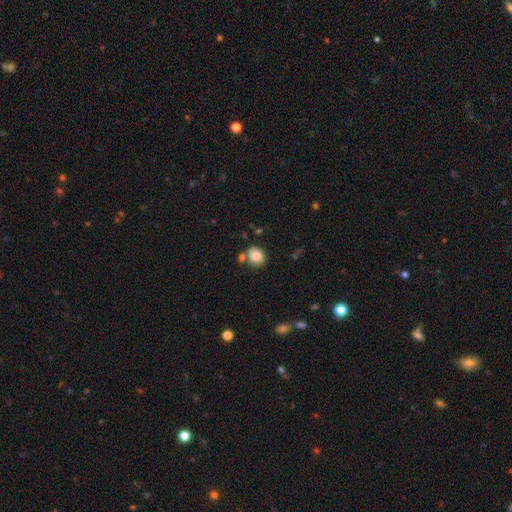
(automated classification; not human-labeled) Q: Smooth or featured?
A: smooth (79%); runner-up: featured or disk (12%)
Q: How rounded?
A: round (55%); runner-up: in between (44%)
Q: Merging?
A: none (60%); runner-up: minor disturbance (18%)